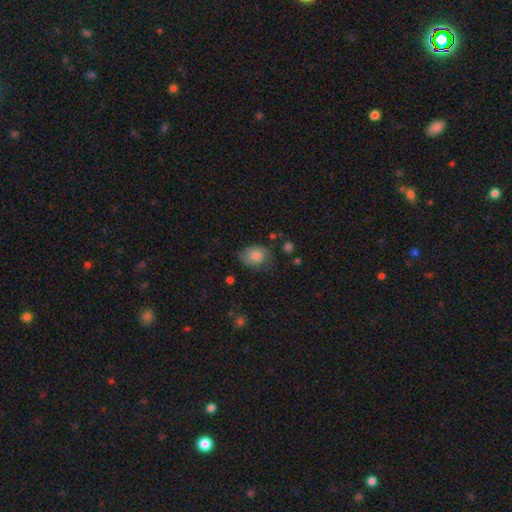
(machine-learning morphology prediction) Smooth or featured? Predicted: smooth (p=0.72). How rounded? Predicted: in between (p=0.55). Merging? Predicted: none (p=0.60).